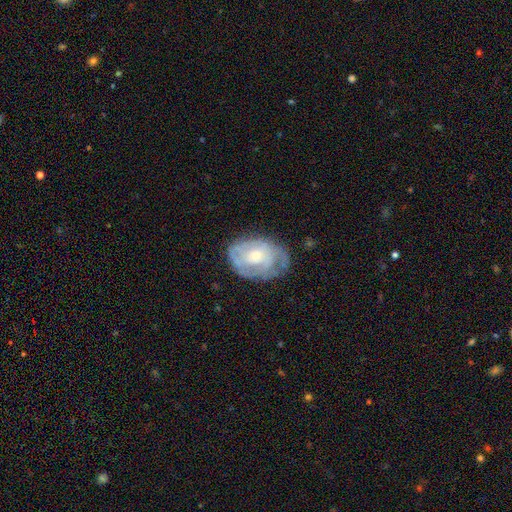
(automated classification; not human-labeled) Smooth or featured: featured or disk — 72% (smooth — 22%)
Edge-on disk: no — 96% (yes — 4%)
Bar: no — 75% (weak — 21%)
Spiral arms: yes — 80% (no — 20%)
Spiral winding: tight — 64% (medium — 27%)
Spiral arm count: can't tell — 52% (2 — 19%)
Bulge size: small — 56% (moderate — 39%)
Merging: none — 65% (minor disturbance — 24%)